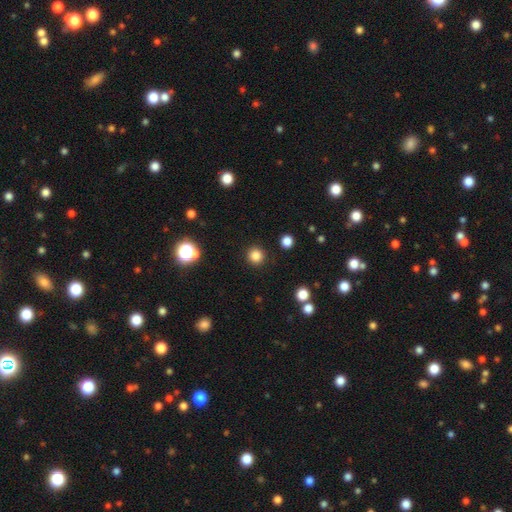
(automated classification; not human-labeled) Morphology: type=smooth (83%); roundness=round (94%); merging=none (91%).